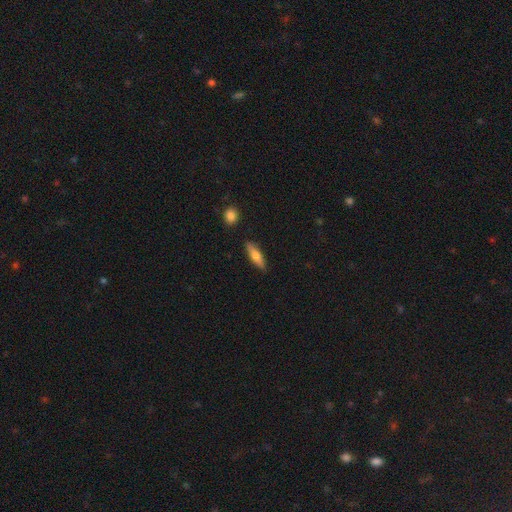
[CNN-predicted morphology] Smooth or featured? smooth (65%)
How rounded? cigar-shaped (62%)
Merging? none (85%)